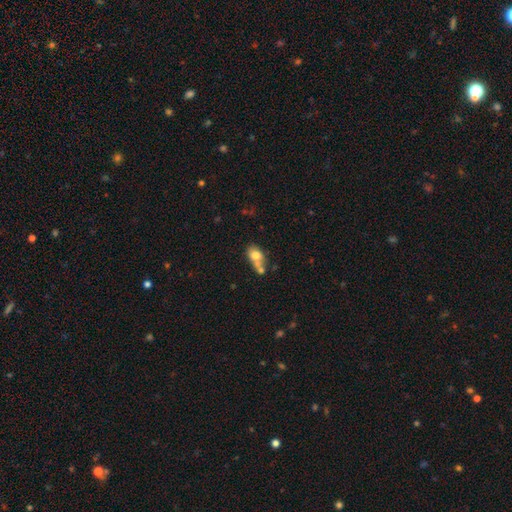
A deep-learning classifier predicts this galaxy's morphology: type=smooth (70%); roundness=in between (70%); merging=merger (48%).